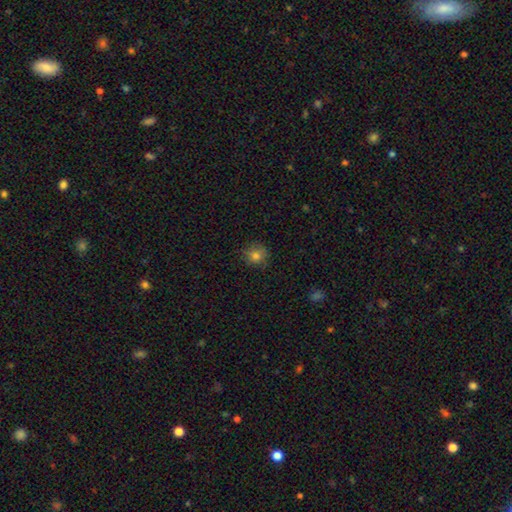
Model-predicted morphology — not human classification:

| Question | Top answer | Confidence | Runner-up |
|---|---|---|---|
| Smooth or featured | smooth | 80% | star or artifact (13%) |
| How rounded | round | 87% | in between (12%) |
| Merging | none | 83% | minor disturbance (13%) |